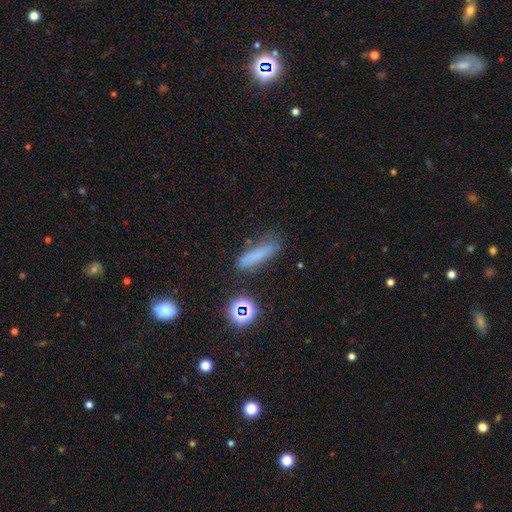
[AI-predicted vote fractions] This is likely a smooth galaxy (69%). How rounded: likely cigar-shaped (79%). Merging: likely none (66%).